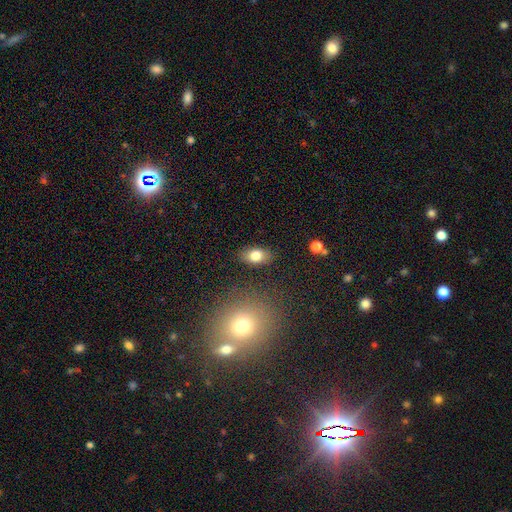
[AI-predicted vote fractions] This appears to be a smooth galaxy with no disk features (80%) that is in between round and cigar-shaped (89%). Merging: none (86%).